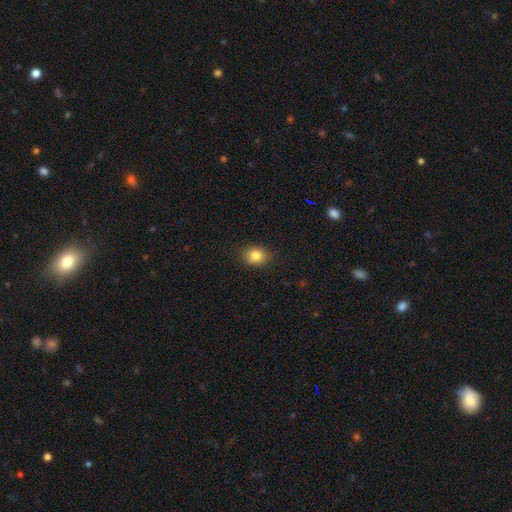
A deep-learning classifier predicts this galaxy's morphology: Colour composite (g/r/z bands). It shows a smooth galaxy with no disk features (84%) that is round (53%). Merging: none (86%).